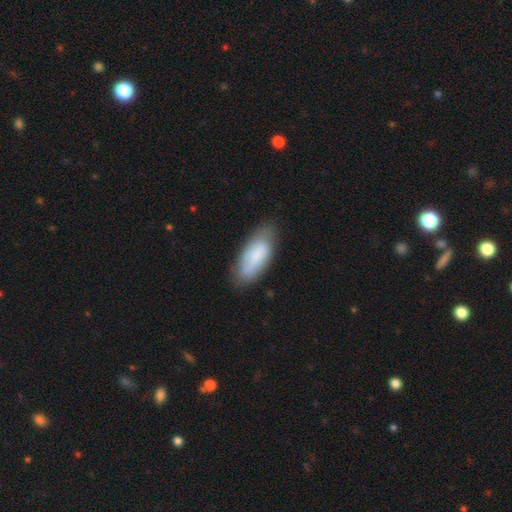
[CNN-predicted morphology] Smooth or featured?
  - smooth: 72% *
  - featured or disk: 21%
  - star or artifact: 6%
How rounded?
  - in between: 81% *
  - cigar-shaped: 17%
  - round: 2%
Merging?
  - none: 71% *
  - minor disturbance: 22%
  - major disturbance: 6%
  - merger: 2%